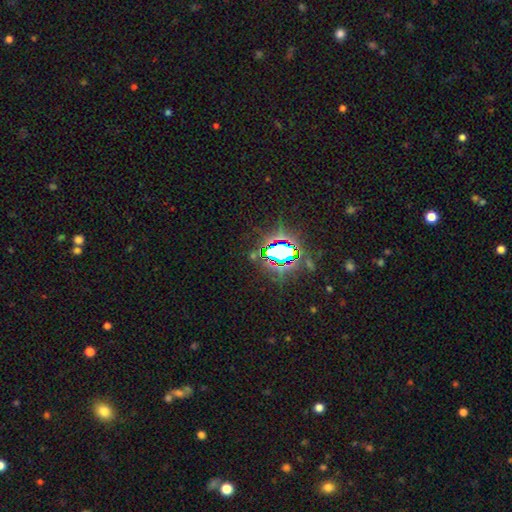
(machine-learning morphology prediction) star or artifact 80%, smooth 12%, featured or disk 8%.